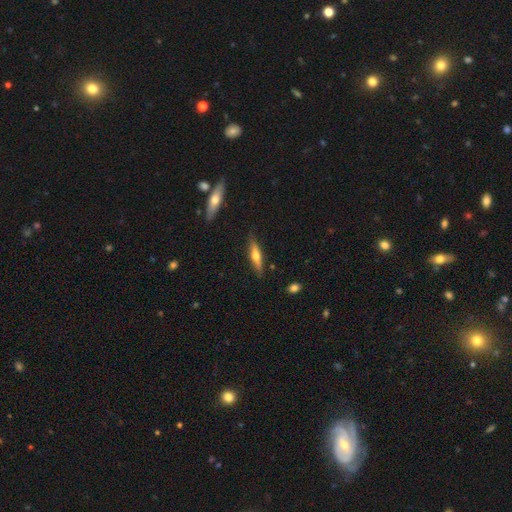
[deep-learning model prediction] This appears to be a featured or disk galaxy (57%) viewed edge-on (95%) with a rounded central bulge (90%). Merging: none (87%).